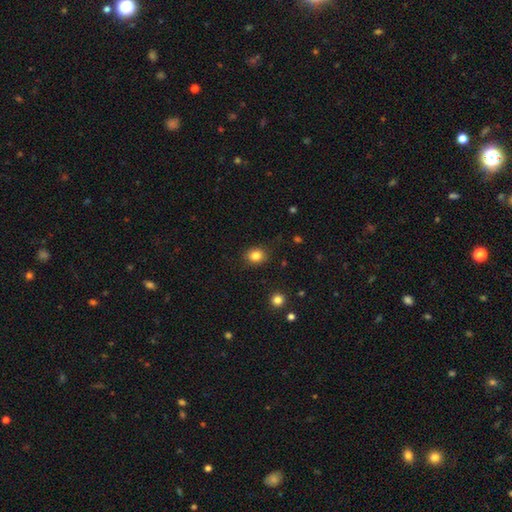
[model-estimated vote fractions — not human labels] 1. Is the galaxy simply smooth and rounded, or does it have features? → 84% smooth, 11% star or artifact, 6% featured or disk.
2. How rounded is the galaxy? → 60% round, 39% in between, 1% cigar-shaped.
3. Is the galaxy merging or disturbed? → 87% none, 9% minor disturbance, 3% major disturbance, 1% merger.